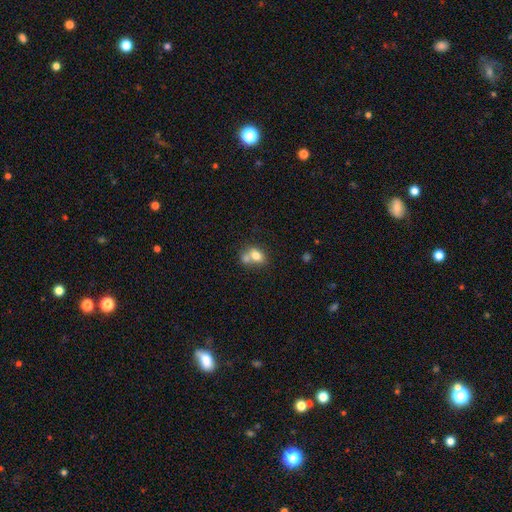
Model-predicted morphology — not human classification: type=smooth (75%); roundness=in between (63%); merging=merger (55%).